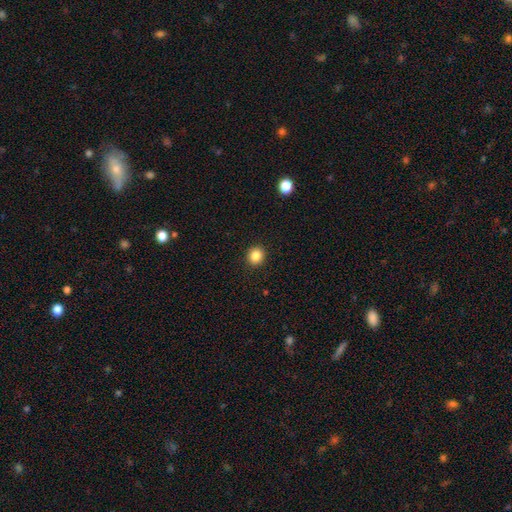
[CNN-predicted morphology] Q: Smooth or featured?
A: smooth (85%); runner-up: star or artifact (11%)
Q: How rounded?
A: round (86%); runner-up: in between (13%)
Q: Merging?
A: none (92%); runner-up: minor disturbance (5%)